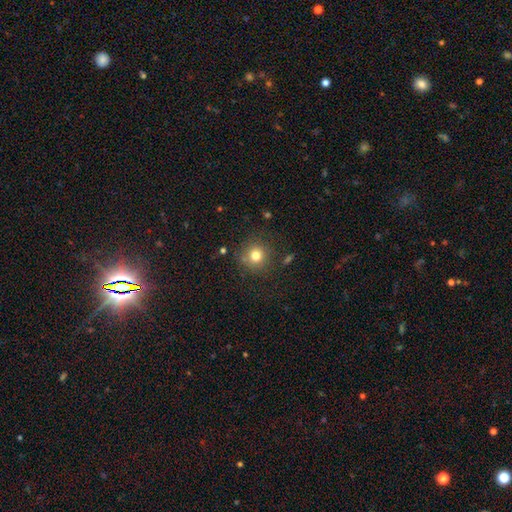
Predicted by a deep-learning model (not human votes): Smooth or featured? smooth (78%)
How rounded? round (92%)
Merging? none (83%)